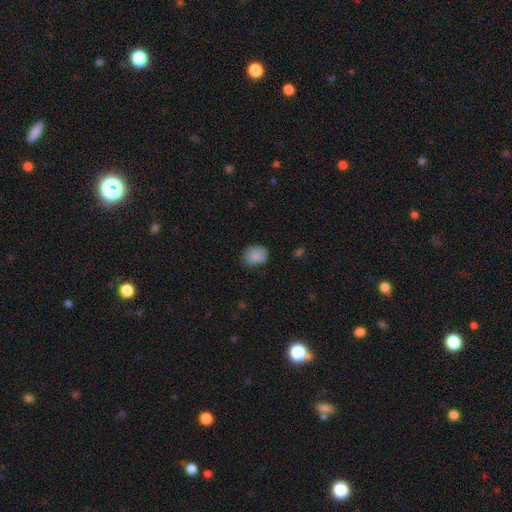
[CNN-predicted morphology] Smooth or featured? Predicted: smooth (p=0.81). How rounded? Predicted: round (p=0.53). Merging? Predicted: none (p=0.61).